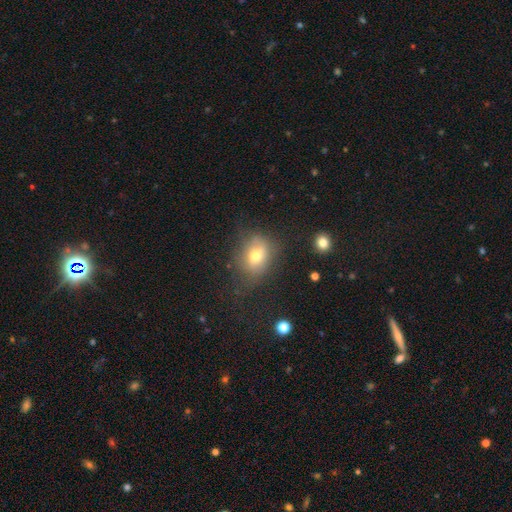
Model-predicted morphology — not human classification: The model was most divided on "how rounded": in between: 57%, round: 41%, cigar-shaped: 2%. More confident: smooth or featured — smooth (67%); merging — none (60%).